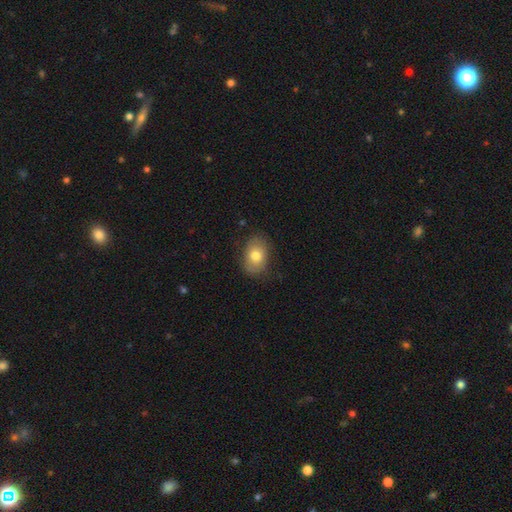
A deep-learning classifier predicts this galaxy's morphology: This is likely a smooth galaxy (76%). How rounded: likely in between (77%). Merging: likely none (76%).